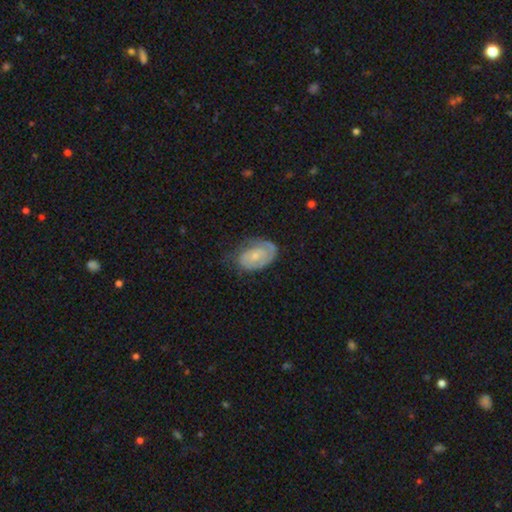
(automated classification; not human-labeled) Smooth or featured?
  - featured or disk: 59% *
  - smooth: 34%
  - star or artifact: 6%
Edge-on disk?
  - no: 96% *
  - yes: 4%
Bar?
  - no: 78% *
  - weak: 19%
  - strong: 3%
Spiral arms?
  - yes: 73% *
  - no: 27%
Bulge size?
  - small: 59% *
  - moderate: 34%
  - none: 3%
  - large: 2%
  - dominant: 1%
Merging?
  - none: 56% *
  - minor disturbance: 29%
  - major disturbance: 14%
  - merger: 2%